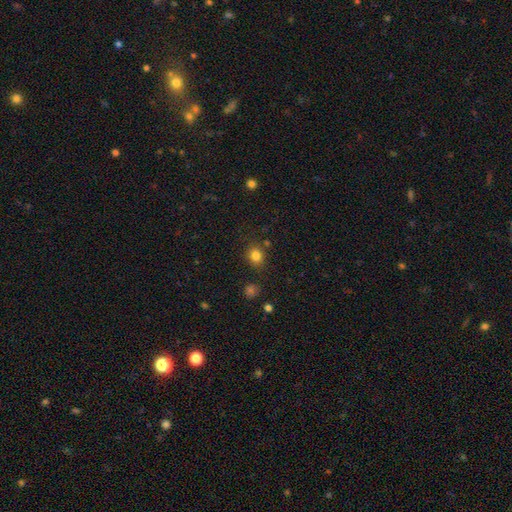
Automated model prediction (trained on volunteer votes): smooth-or-featured: smooth: 82% | star or artifact: 13% | featured or disk: 5%
  how-rounded: round: 74% | in between: 26% | cigar-shaped: 1%
  merging: none: 82% | minor disturbance: 11% | merger: 4% | major disturbance: 3%